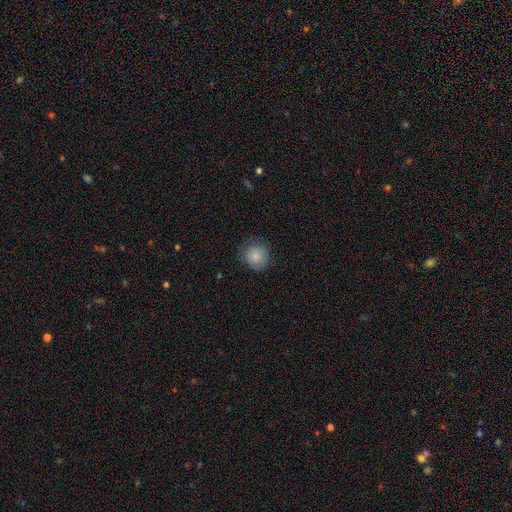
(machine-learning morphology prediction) Smooth or featured?
  - smooth: 83% *
  - star or artifact: 9%
  - featured or disk: 8%
How rounded?
  - round: 89% *
  - in between: 10%
  - cigar-shaped: 1%
Merging?
  - none: 81% *
  - minor disturbance: 15%
  - major disturbance: 4%
  - merger: 1%